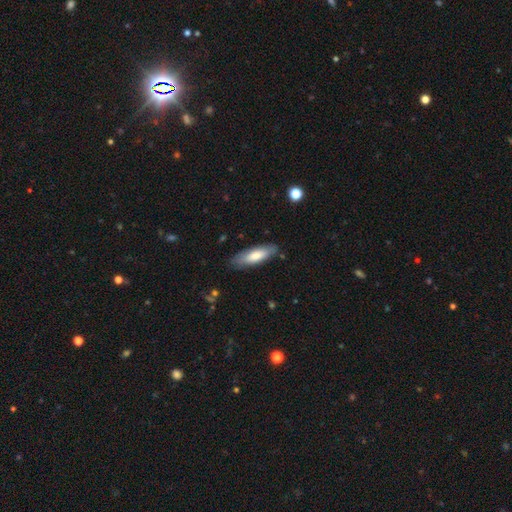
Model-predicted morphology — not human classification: Overall: smooth (72%). How rounded: cigar-shaped (51%; in between 48%). Merging: none (83%).